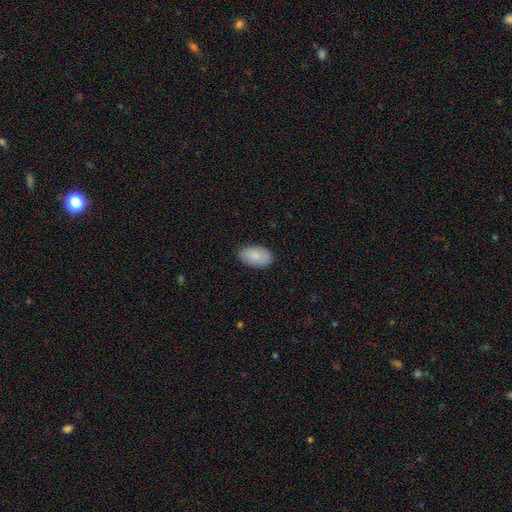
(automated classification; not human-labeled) Q: Smooth or featured?
A: smooth (84%); runner-up: featured or disk (10%)
Q: How rounded?
A: in between (94%); runner-up: round (5%)
Q: Merging?
A: none (84%); runner-up: minor disturbance (12%)